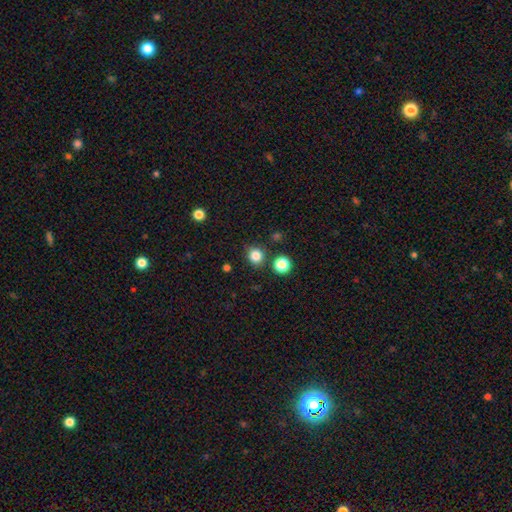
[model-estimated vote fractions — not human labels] This appears to be a smooth galaxy with no disk features (82%) that is round (87%). Merging: none (85%).